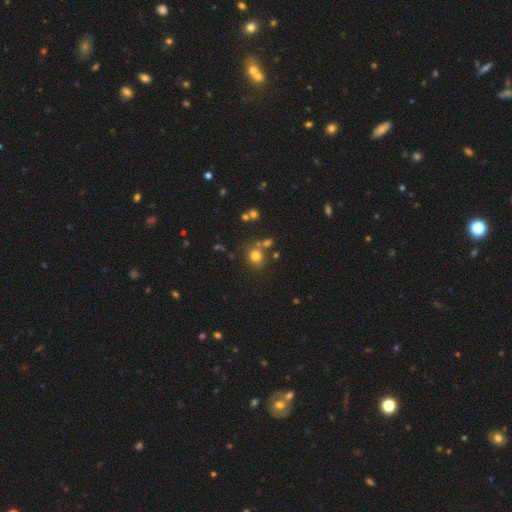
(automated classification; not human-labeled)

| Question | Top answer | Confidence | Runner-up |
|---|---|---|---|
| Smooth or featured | smooth | 76% | star or artifact (16%) |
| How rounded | round | 77% | in between (22%) |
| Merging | none | 68% | merger (16%) |